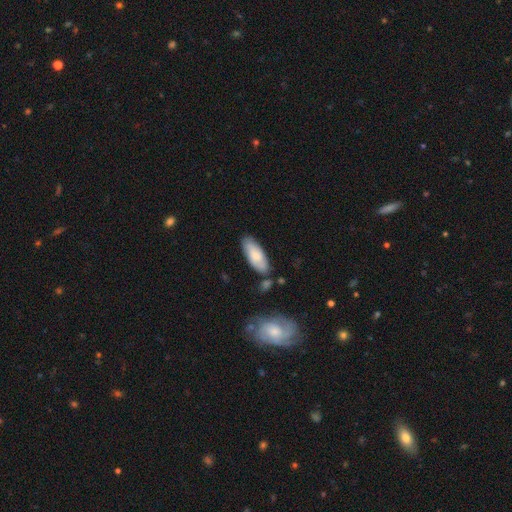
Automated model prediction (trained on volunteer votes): Overall: smooth (75%). How rounded: in between (77%). Merging: none (75%).